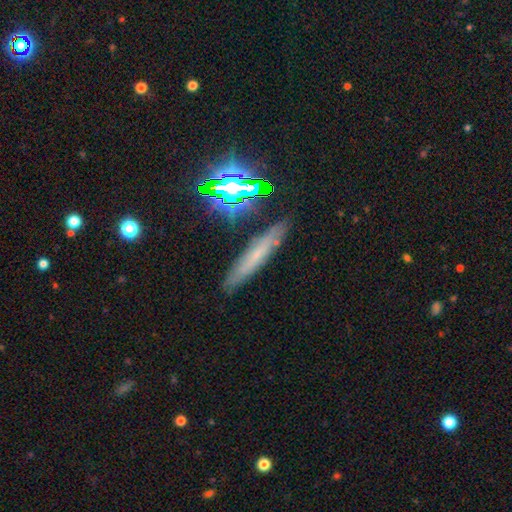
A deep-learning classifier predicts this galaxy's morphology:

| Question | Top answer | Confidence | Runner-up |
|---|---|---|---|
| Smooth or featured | smooth | 44% | featured or disk (35%) |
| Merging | none | 83% | minor disturbance (11%) |